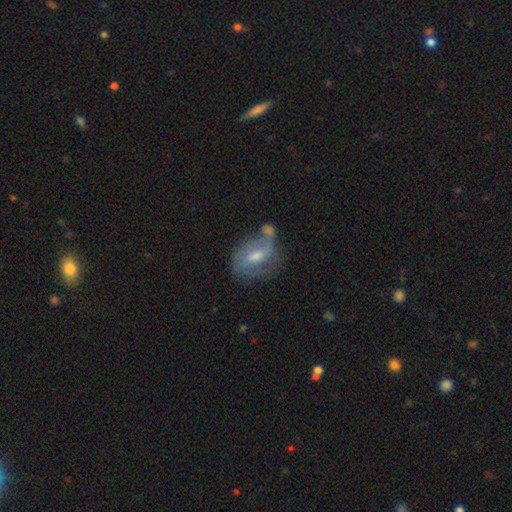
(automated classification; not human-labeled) This appears to be a featured or disk galaxy (57%) with a weak bar (51%), spiral arms (68%) and a moderate central bulge (58%). Merging: none (45%).